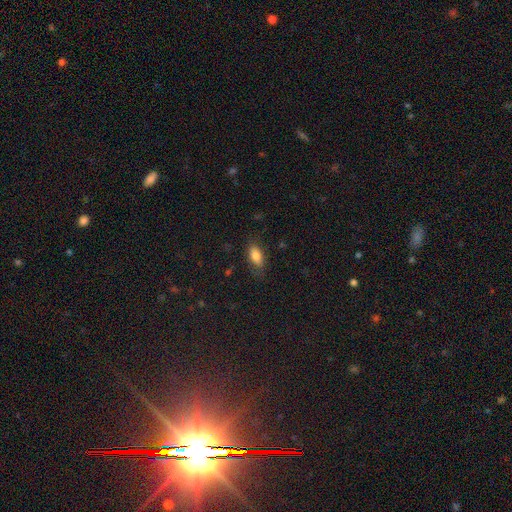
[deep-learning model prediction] smooth 82%, featured or disk 10%, star or artifact 8%. Down the decision tree: how rounded — in between (88%); merging — none (79%).